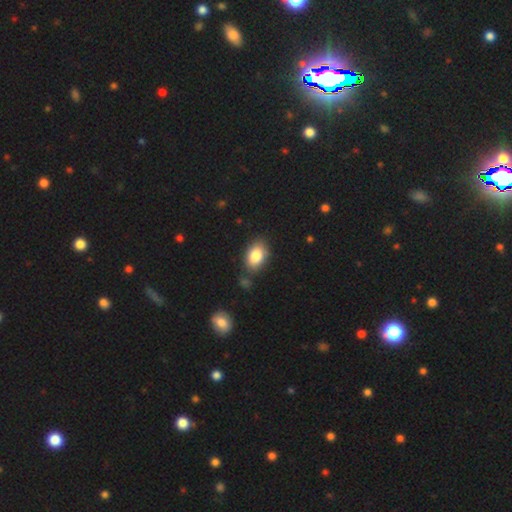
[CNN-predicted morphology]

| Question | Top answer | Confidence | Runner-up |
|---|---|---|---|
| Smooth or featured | smooth | 82% | featured or disk (10%) |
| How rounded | in between | 87% | round (11%) |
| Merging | none | 78% | minor disturbance (13%) |